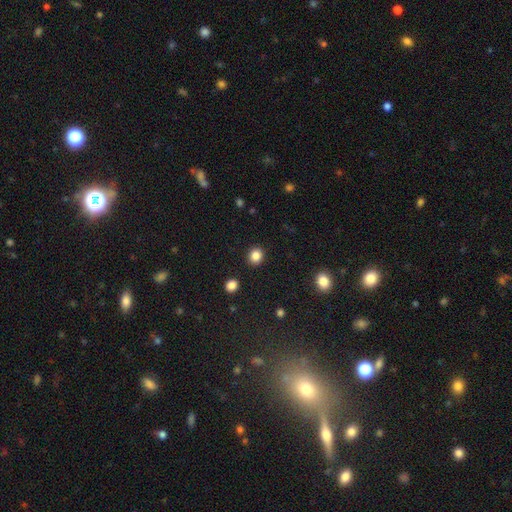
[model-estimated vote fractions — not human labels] Smooth or featured: smooth — 85% (star or artifact — 11%)
How rounded: round — 79% (in between — 20%)
Merging: none — 91% (minor disturbance — 5%)